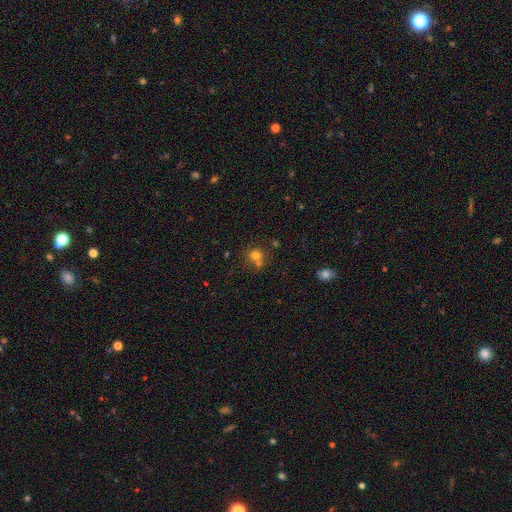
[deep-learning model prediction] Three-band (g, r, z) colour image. It shows a smooth galaxy with no disk features (71%) that is round (85%). Merging: none (56%).